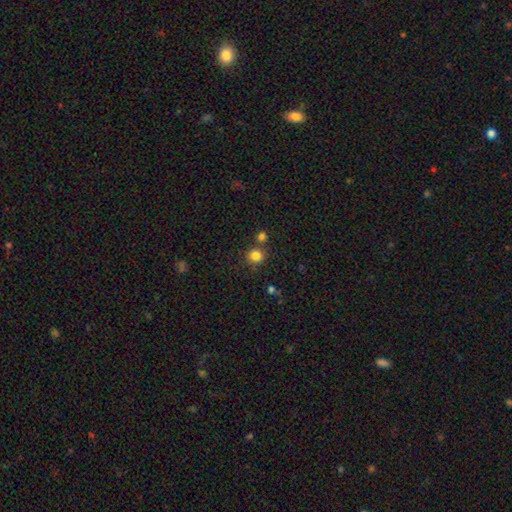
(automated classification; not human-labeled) Smooth or featured? Predicted: smooth (p=0.83). How rounded? Predicted: round (p=0.88). Merging? Predicted: none (p=0.73).